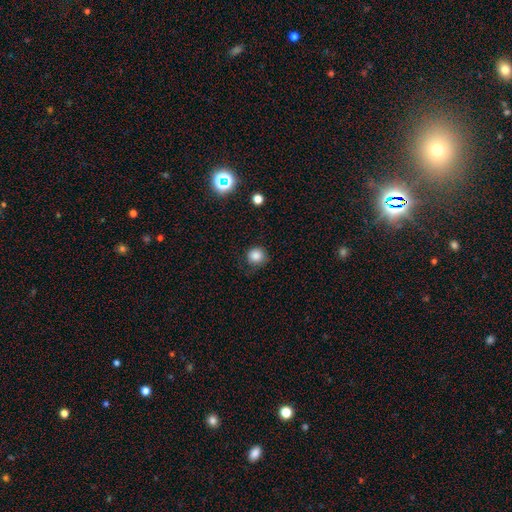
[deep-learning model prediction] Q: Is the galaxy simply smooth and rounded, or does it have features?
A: smooth — 83%.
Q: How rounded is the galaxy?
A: round — 90%.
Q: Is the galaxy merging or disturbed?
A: none — 73%.